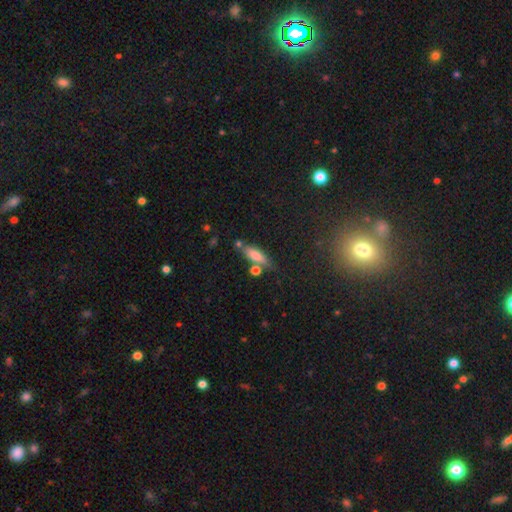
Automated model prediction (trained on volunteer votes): The model was most divided on "how rounded": in between: 52%, cigar-shaped: 45%, round: 3%. More confident: smooth or featured — smooth (77%); merging — none (64%).